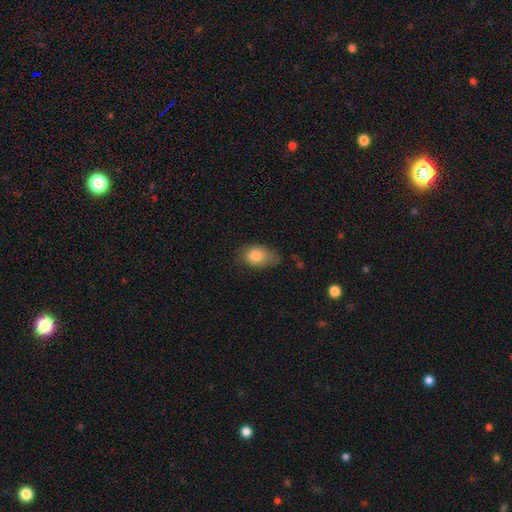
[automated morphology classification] This is clearly a smooth galaxy (83%). How rounded: clearly in between (83%). Merging: possibly none (52%).